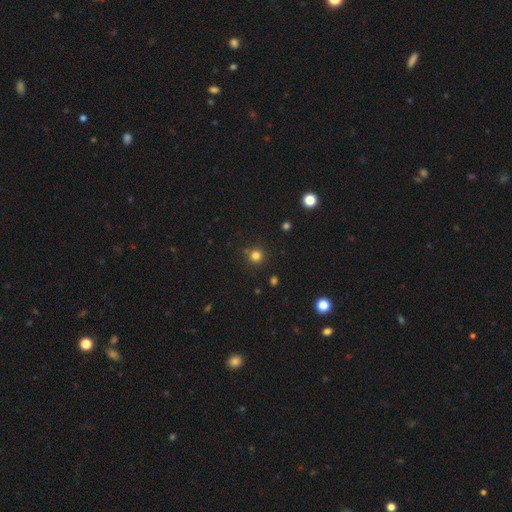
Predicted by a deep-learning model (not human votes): Overall: smooth (79%). How rounded: round (95%). Merging: none (85%).